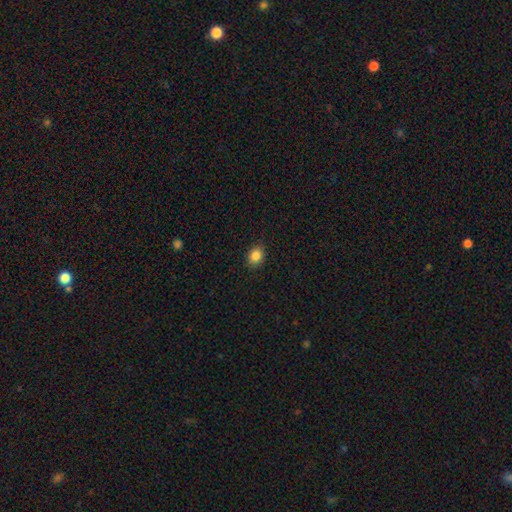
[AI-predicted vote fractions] A smooth galaxy with no disk features (85%) that is round (55%).

Vote fractions:
- Smooth or featured? smooth: 85% / star or artifact: 10% / featured or disk: 5%
- How rounded? round: 55% / in between: 44% / cigar-shaped: 1%
- Merging? none: 88% / minor disturbance: 9% / major disturbance: 2% / merger: 1%